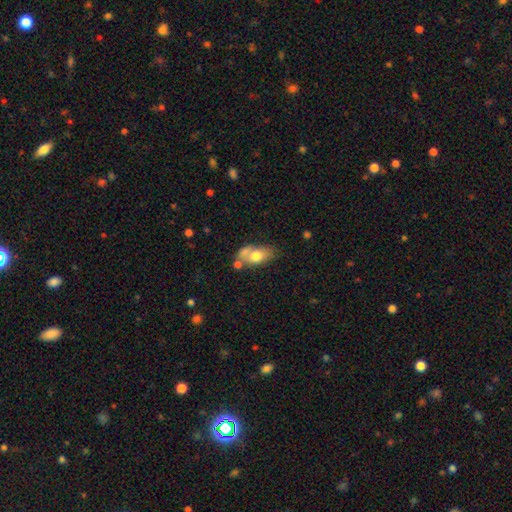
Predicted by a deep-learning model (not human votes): This appears to be a smooth galaxy with no disk features (65%) that is in between round and cigar-shaped (86%). Merging: none (36%).